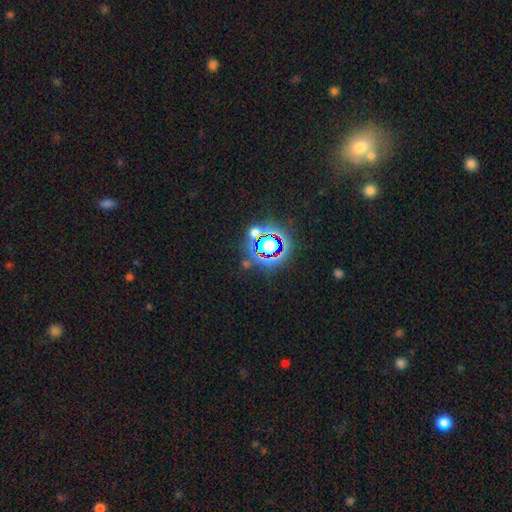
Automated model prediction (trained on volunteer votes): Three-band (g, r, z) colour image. It shows a star or artifact, not a galaxy (79%).